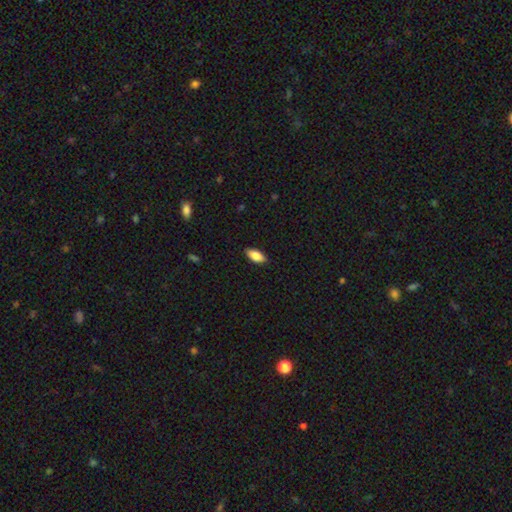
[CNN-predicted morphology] Smooth or featured: smooth — 82% (featured or disk — 11%)
How rounded: in between — 88% (cigar-shaped — 10%)
Merging: none — 88% (minor disturbance — 10%)